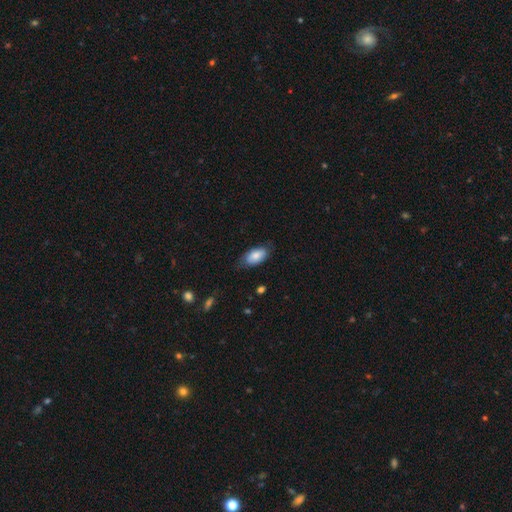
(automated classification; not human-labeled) This is likely a smooth galaxy (79%). How rounded: clearly in between (93%). Merging: likely none (70%).